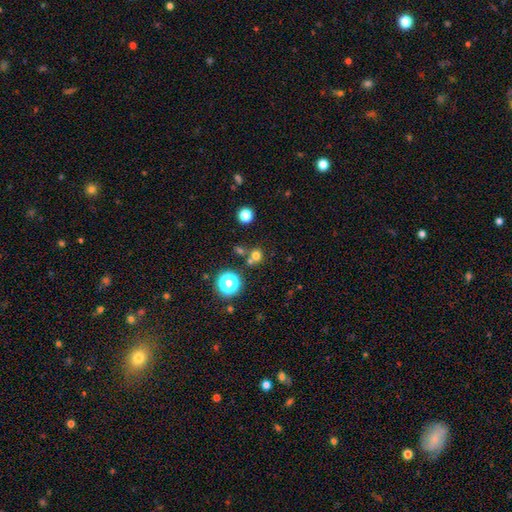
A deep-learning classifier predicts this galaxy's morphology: Smooth or featured?
  - smooth: 69% *
  - star or artifact: 23%
  - featured or disk: 8%
How rounded?
  - round: 87% *
  - in between: 12%
  - cigar-shaped: 1%
Merging?
  - none: 63% *
  - merger: 25%
  - minor disturbance: 8%
  - major disturbance: 4%